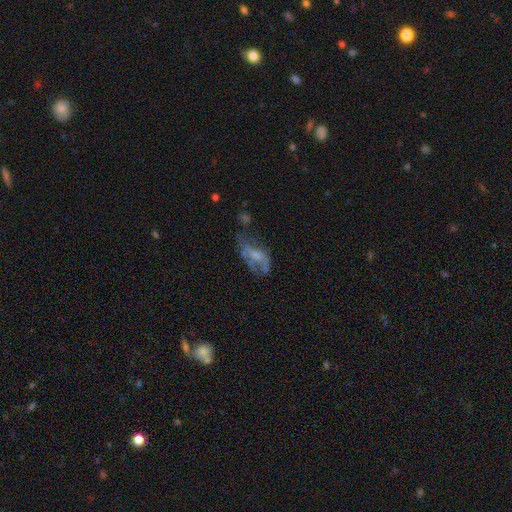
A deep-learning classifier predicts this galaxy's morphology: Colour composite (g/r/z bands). It shows a featured or disk galaxy (52%). Merging: major disturbance (35%).